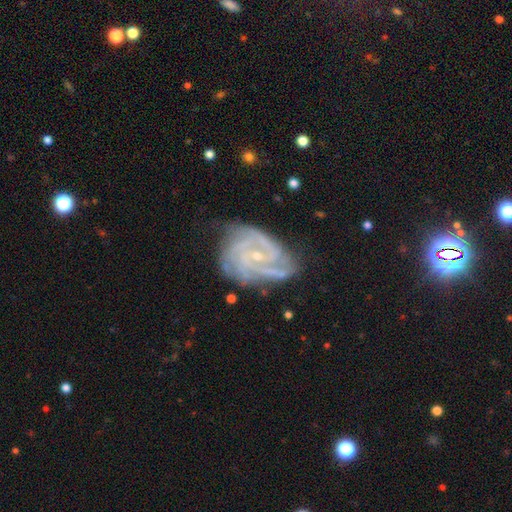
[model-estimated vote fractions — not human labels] Smooth or featured? featured or disk (88%)
Edge-on disk? no (97%)
Bar? no (59%)
Spiral arms? yes (98%)
Spiral winding? tight (62%)
Spiral arm count? 3 (34%)
Bulge size? small (78%)
Merging? none (63%)